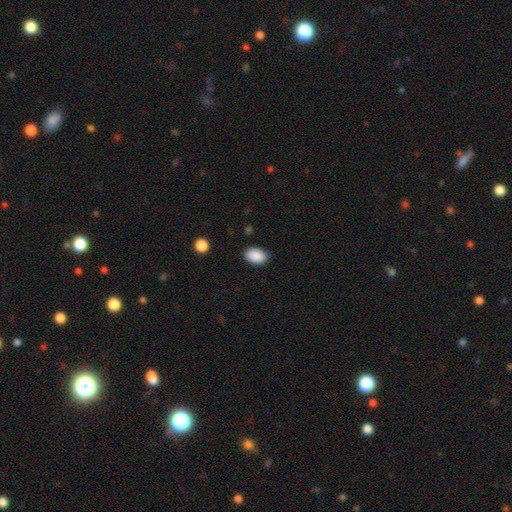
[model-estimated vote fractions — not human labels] This appears to be a smooth galaxy with no disk features (90%) that is in between round and cigar-shaped (86%). Merging: none (87%).